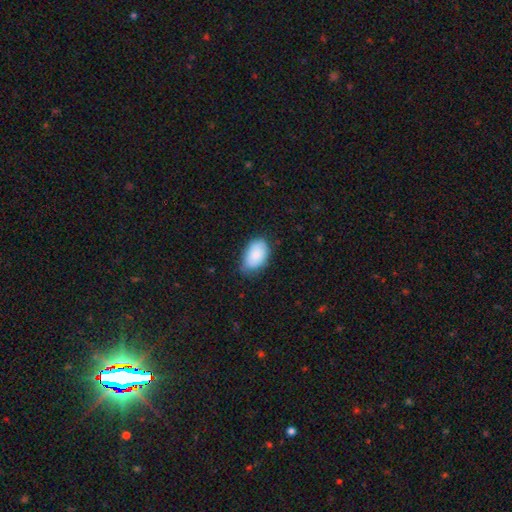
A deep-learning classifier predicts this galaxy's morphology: The model was most divided on "merging": none: 66%, minor disturbance: 28%, major disturbance: 4%, merger: 1%. More confident: how rounded — in between (90%); smooth or featured — smooth (84%).